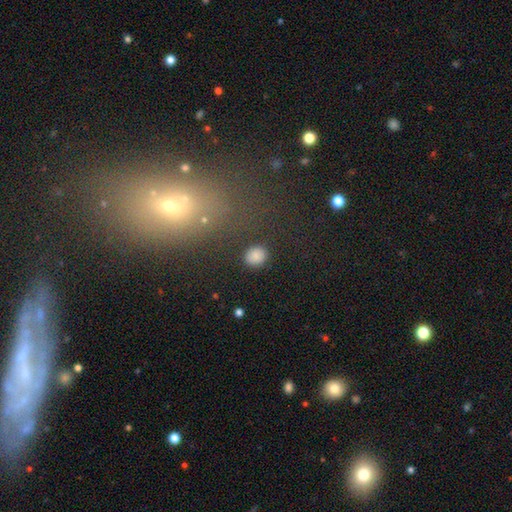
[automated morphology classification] Smooth or featured? Predicted: smooth (p=0.85). How rounded? Predicted: round (p=0.69). Merging? Predicted: none (p=0.87).